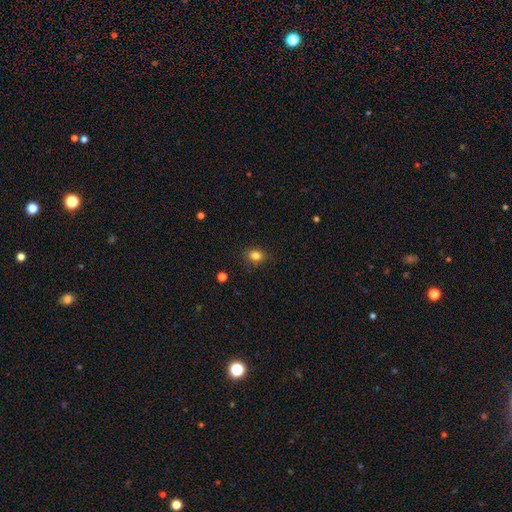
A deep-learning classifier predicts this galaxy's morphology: This appears to be a smooth galaxy with no disk features (82%) that is round (57%). Merging: none (84%).